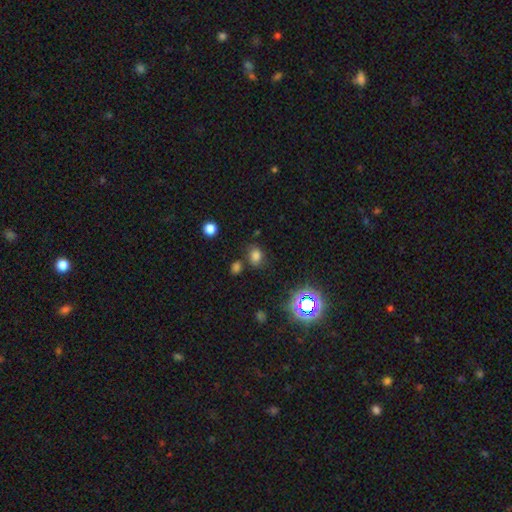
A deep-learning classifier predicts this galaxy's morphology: smooth-or-featured: smooth: 68% | star or artifact: 25% | featured or disk: 7%
  how-rounded: in between: 58% | round: 41% | cigar-shaped: 1%
  merging: none: 70% | minor disturbance: 15% | merger: 9% | major disturbance: 5%